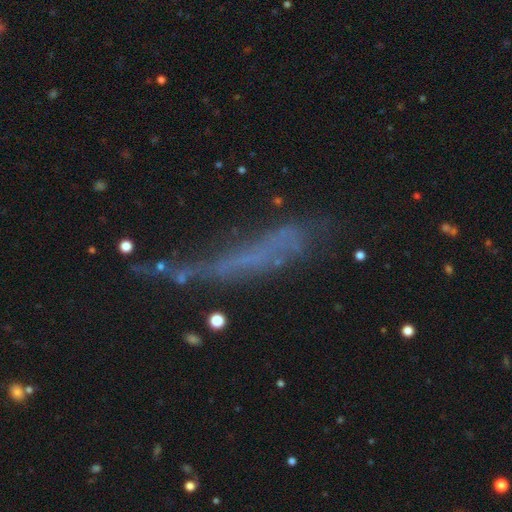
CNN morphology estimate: featured or disk 42%, smooth 36%, star or artifact 22%. Down the decision tree: merging — none (36%).